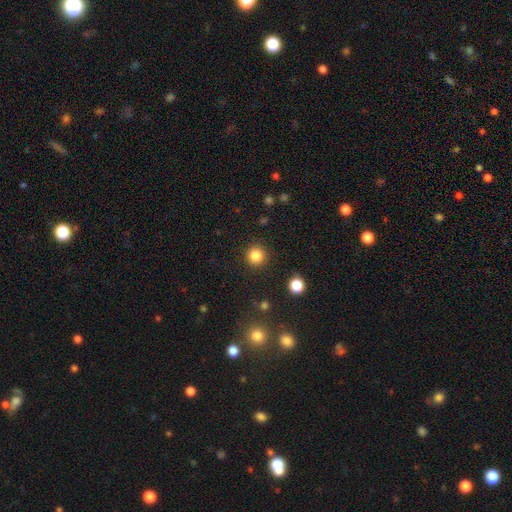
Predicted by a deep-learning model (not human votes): smooth 84%, star or artifact 12%, featured or disk 4%. Down the decision tree: how rounded — round (93%); merging — none (90%).